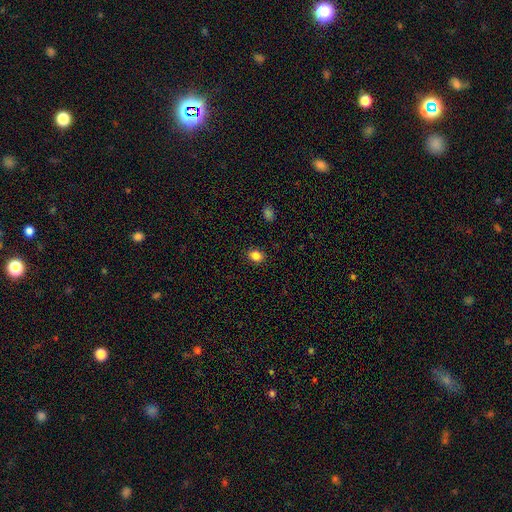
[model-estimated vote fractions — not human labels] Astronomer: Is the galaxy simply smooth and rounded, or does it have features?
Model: smooth — 85%.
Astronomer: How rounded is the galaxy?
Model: in between — 51% (runner-up: round, 48%).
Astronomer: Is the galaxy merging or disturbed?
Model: none — 89%.